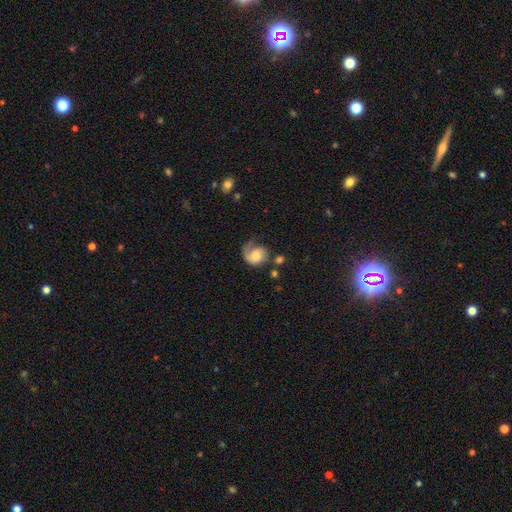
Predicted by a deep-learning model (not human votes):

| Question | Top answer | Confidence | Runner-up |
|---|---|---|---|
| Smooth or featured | featured or disk | 55% | smooth (38%) |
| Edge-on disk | no | 97% | yes (3%) |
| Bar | no | 73% | weak (23%) |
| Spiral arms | yes | 88% | no (12%) |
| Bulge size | moderate | 42% | large (28%) |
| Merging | none | 40% | major disturbance (32%) |